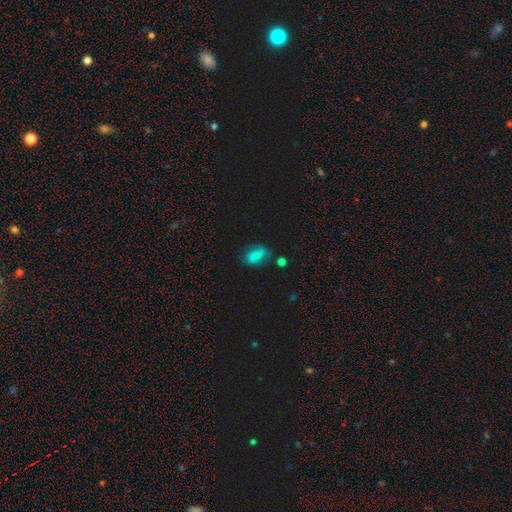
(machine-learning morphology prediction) smooth-or-featured: smooth: 72% | featured or disk: 14% | star or artifact: 14%
  how-rounded: in between: 84% | round: 11% | cigar-shaped: 6%
  merging: none: 56% | minor disturbance: 27% | major disturbance: 11% | merger: 6%